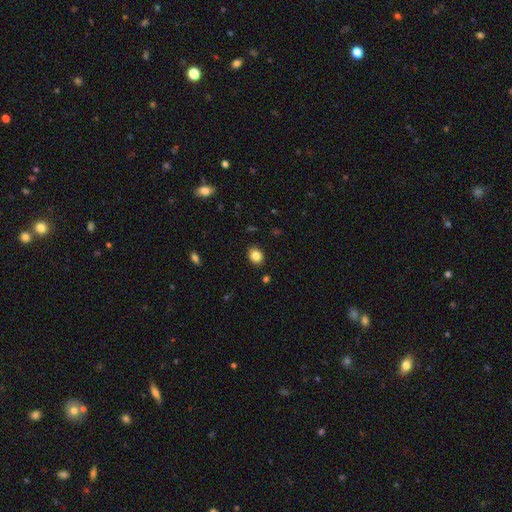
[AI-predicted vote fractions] A smooth galaxy with no disk features (85%) that is round (55%). Merging: none (89%).